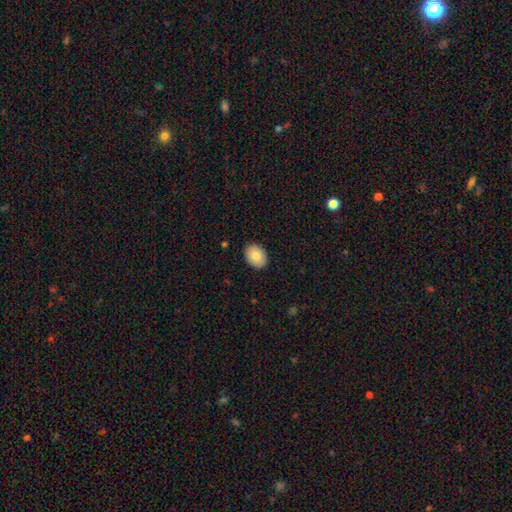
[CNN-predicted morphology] smooth-or-featured: smooth: 84% | featured or disk: 10% | star or artifact: 7%
  how-rounded: in between: 76% | round: 23% | cigar-shaped: 1%
  merging: none: 89% | minor disturbance: 8% | major disturbance: 2% | merger: 1%